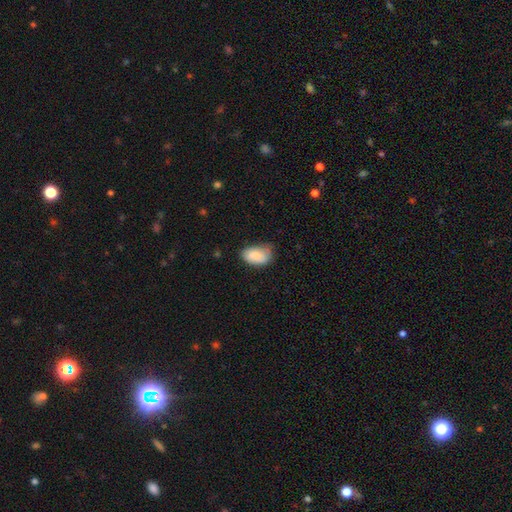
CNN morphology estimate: Smooth or featured?
  - smooth: 78% *
  - featured or disk: 15%
  - star or artifact: 7%
How rounded?
  - in between: 91% *
  - round: 8%
  - cigar-shaped: 1%
Merging?
  - none: 56% *
  - minor disturbance: 35%
  - major disturbance: 7%
  - merger: 2%